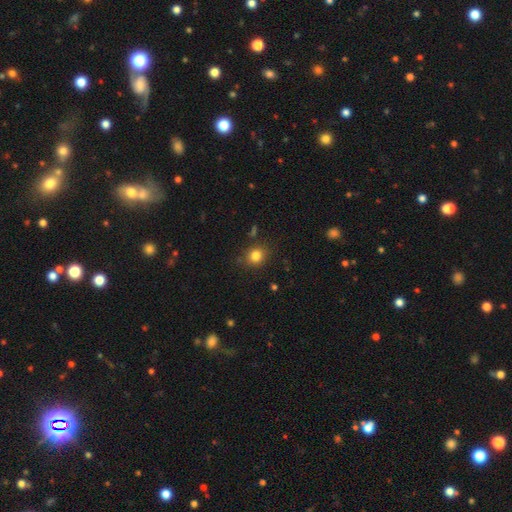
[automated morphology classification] Overall: smooth (82%). How rounded: round (76%). Merging: none (84%).